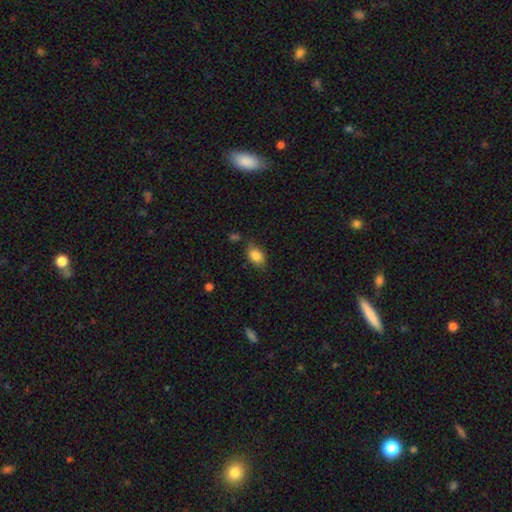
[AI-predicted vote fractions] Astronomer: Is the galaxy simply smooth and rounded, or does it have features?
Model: smooth — 85%.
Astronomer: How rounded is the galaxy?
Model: in between — 86%.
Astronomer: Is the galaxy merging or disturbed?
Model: none — 66%.